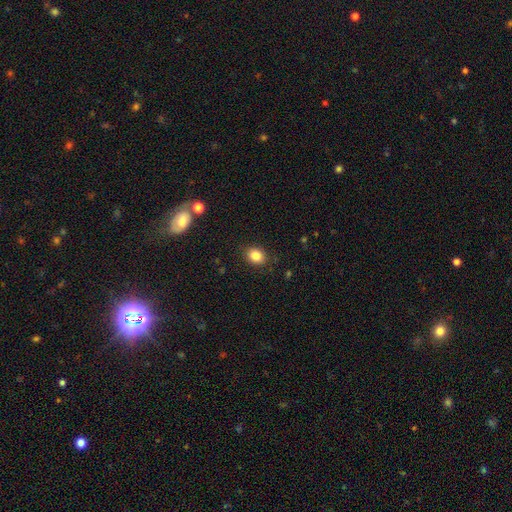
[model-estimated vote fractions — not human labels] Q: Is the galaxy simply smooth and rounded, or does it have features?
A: smooth — 84%.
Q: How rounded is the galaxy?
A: round — 52%.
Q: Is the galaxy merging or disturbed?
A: none — 87%.